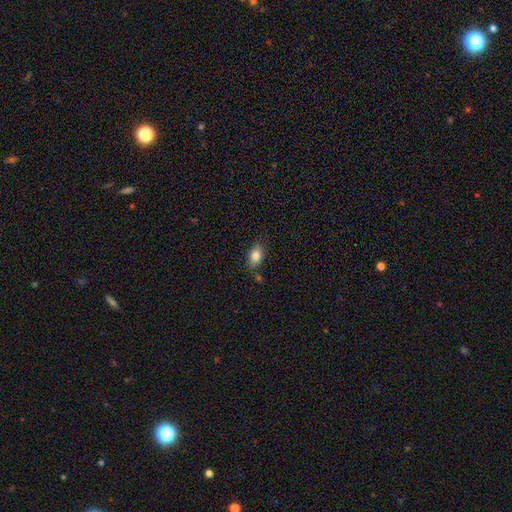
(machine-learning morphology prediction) smooth 83%, featured or disk 9%, star or artifact 8%. Down the decision tree: how rounded — in between (87%); merging — none (77%).